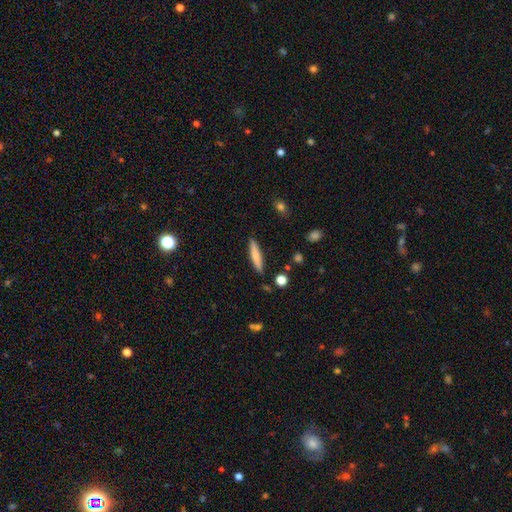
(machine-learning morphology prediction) Smooth or featured: smooth — 73% (featured or disk — 21%)
How rounded: cigar-shaped — 88% (in between — 11%)
Merging: none — 88% (minor disturbance — 9%)